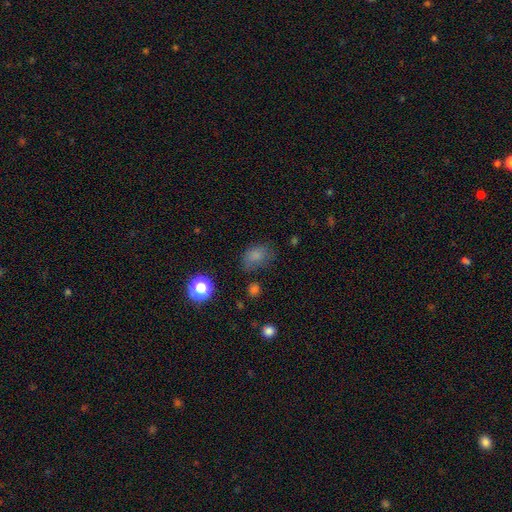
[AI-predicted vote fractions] This is likely a smooth galaxy (75%). How rounded: likely in between (70%). Merging: possibly none (59%).